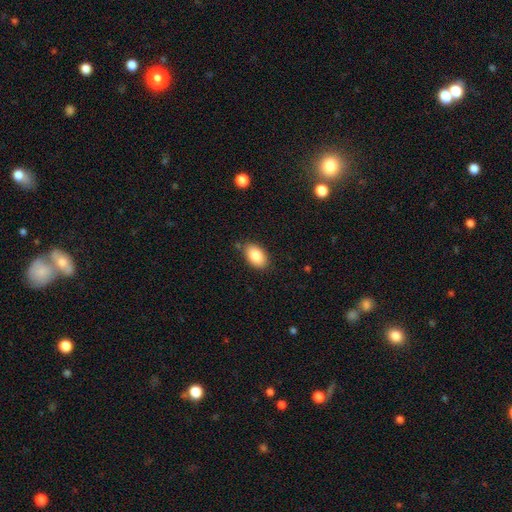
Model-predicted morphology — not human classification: Smooth or featured?
  - smooth: 85% *
  - featured or disk: 8%
  - star or artifact: 7%
How rounded?
  - in between: 92% *
  - round: 6%
  - cigar-shaped: 1%
Merging?
  - none: 83% *
  - minor disturbance: 13%
  - major disturbance: 3%
  - merger: 2%